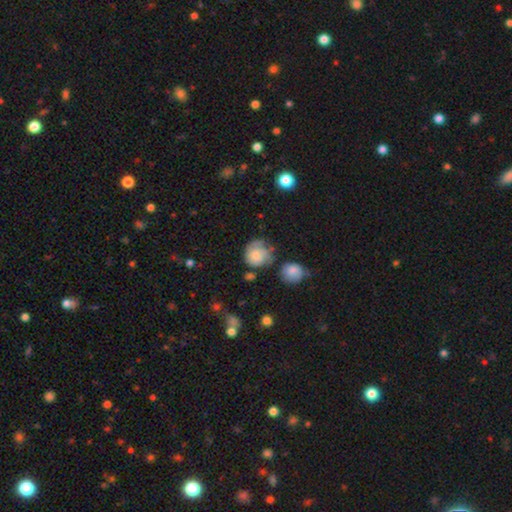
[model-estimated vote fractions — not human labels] smooth 55%, featured or disk 36%, star or artifact 9%. Down the decision tree: how rounded — round (78%); merging — none (44%).